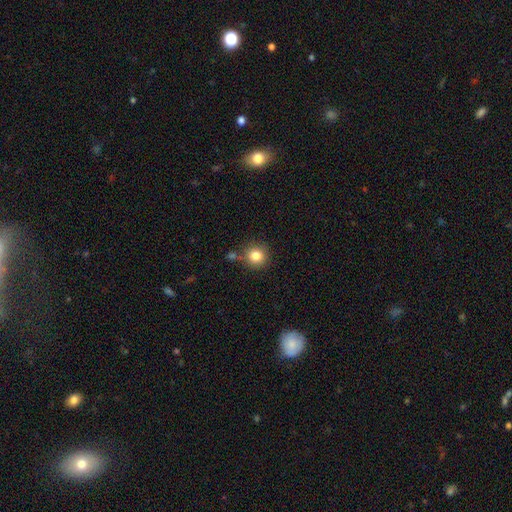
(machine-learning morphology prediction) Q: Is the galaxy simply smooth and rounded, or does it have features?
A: smooth — 83%.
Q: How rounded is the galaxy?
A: round — 93%.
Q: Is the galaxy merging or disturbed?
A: none — 77%.